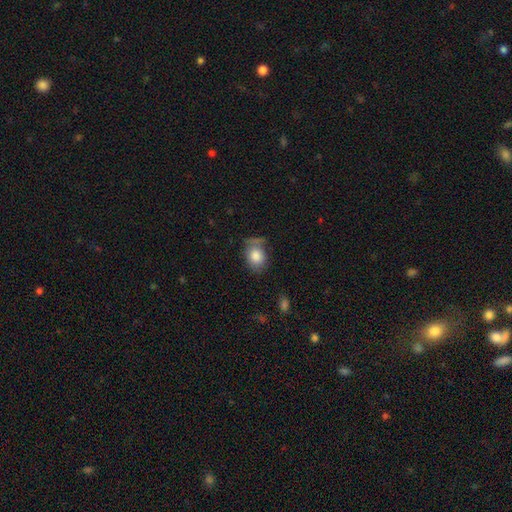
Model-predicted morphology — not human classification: smooth-or-featured: smooth: 83% | featured or disk: 9% | star or artifact: 8%
  how-rounded: in between: 56% | round: 43% | cigar-shaped: 1%
  merging: none: 54% | minor disturbance: 28% | major disturbance: 11% | merger: 8%